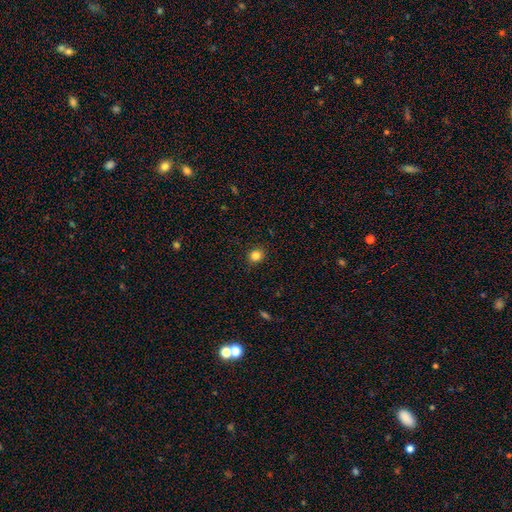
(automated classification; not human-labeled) This is clearly a smooth galaxy (84%). How rounded: likely round (79%). Merging: clearly none (90%).